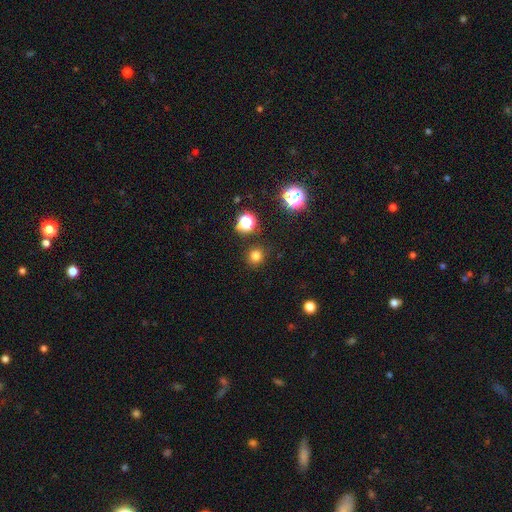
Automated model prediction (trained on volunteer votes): Smooth or featured?
  - smooth: 76% *
  - star or artifact: 20%
  - featured or disk: 5%
How rounded?
  - round: 92% *
  - in between: 7%
  - cigar-shaped: 1%
Merging?
  - none: 89% *
  - minor disturbance: 6%
  - major disturbance: 2%
  - merger: 2%